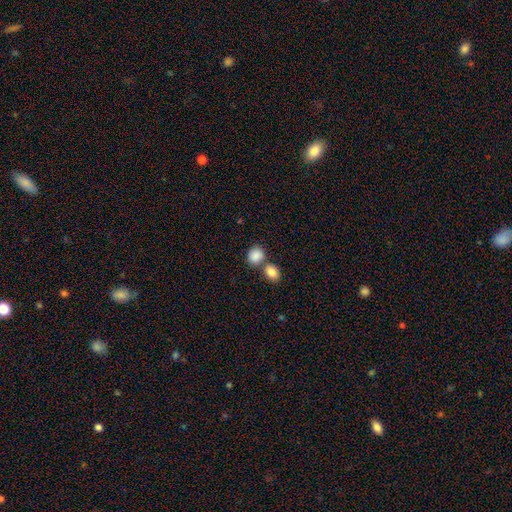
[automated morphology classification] The model was most divided on "merging": none: 47%, merger: 40%, minor disturbance: 10%, major disturbance: 3%. More confident: smooth or featured — smooth (87%); how rounded — round (64%).